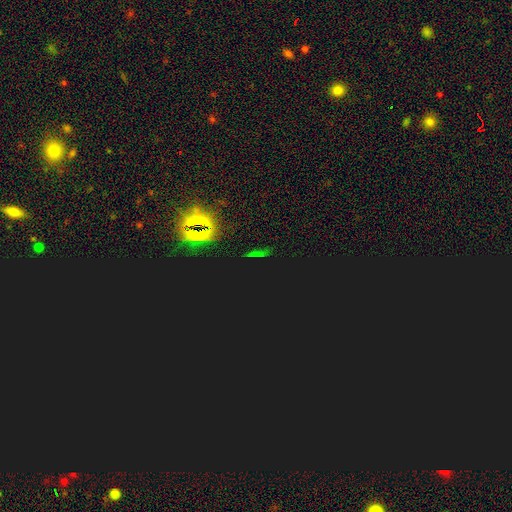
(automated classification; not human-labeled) Overall: star or artifact (76%).